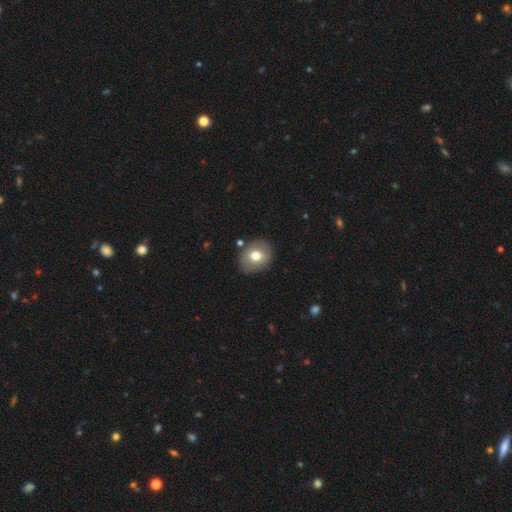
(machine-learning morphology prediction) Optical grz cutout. It shows a smooth galaxy with no disk features (72%) that is round (61%). Merging: none (80%).